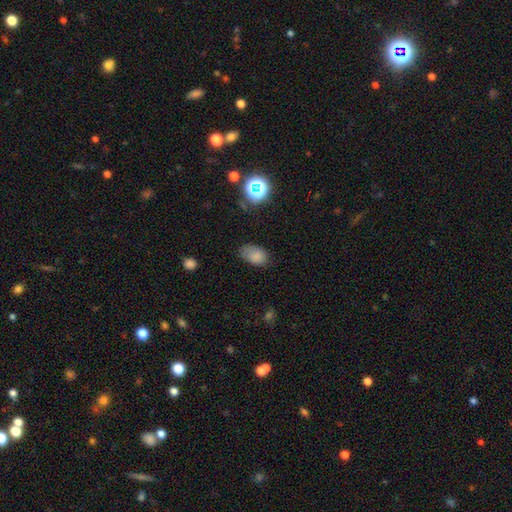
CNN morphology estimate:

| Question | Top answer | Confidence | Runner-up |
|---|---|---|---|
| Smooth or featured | smooth | 79% | star or artifact (13%) |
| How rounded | in between | 88% | round (11%) |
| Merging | none | 57% | minor disturbance (31%) |